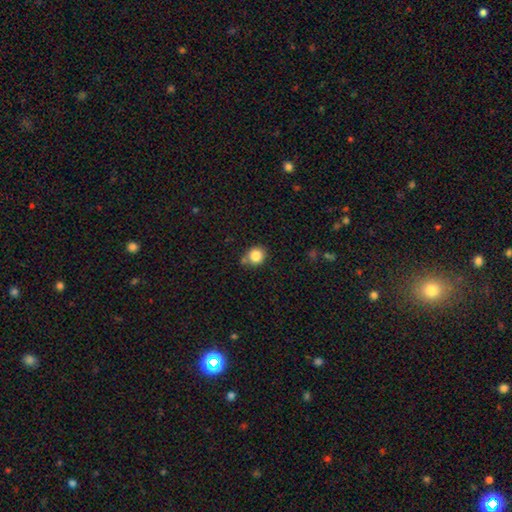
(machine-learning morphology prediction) smooth_or_featured: smooth (p=0.84) [alt: star or artifact p=0.10]
how_rounded: round (p=0.84) [alt: in between p=0.15]
merging: none (p=0.70) [alt: minor disturbance p=0.16]